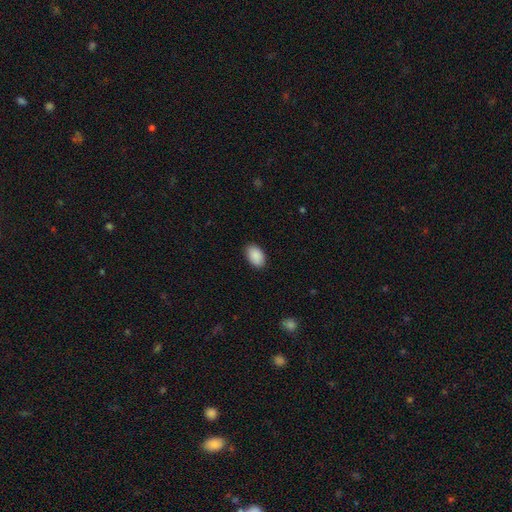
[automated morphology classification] The model was most divided on "merging": none: 88%, minor disturbance: 9%, major disturbance: 2%, merger: 1%. More confident: how rounded — in between (92%); smooth or featured — smooth (91%).